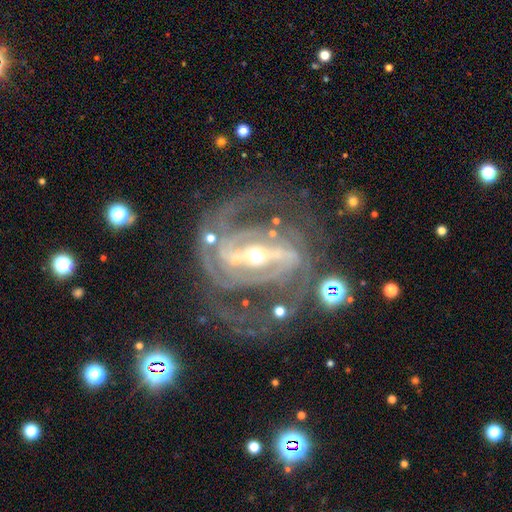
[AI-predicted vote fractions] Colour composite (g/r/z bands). It shows a featured or disk galaxy (92%) with a strong bar (72%), 2 (47%) medium (45%) spiral arms (98%) and a small central bulge (59%). Merging: none (58%).